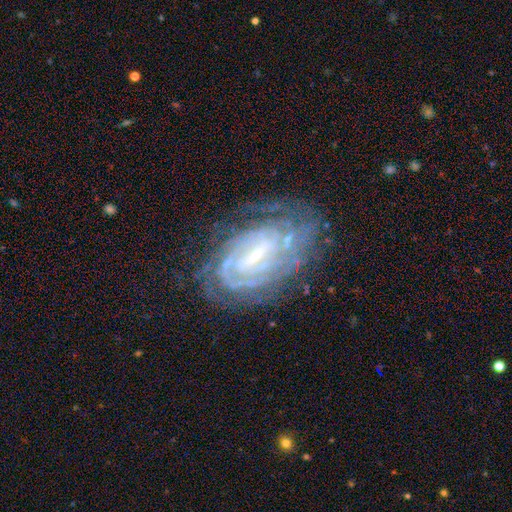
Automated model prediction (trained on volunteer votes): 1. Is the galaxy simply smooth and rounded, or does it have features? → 82% featured or disk, 10% smooth, 8% star or artifact.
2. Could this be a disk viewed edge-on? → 95% no, 5% yes.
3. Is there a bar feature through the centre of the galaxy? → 42% strong, 41% weak, 16% no.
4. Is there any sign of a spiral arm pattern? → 90% yes, 10% no.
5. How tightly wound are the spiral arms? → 72% tight, 23% medium, 6% loose.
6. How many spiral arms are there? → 48% can't tell, 19% 2, 12% 3, 9% 4, 7% more than 4, 5% 1.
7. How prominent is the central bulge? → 49% small, 28% moderate, 18% none, 4% large, 1% dominant.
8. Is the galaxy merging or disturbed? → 65% none, 21% minor disturbance, 12% major disturbance, 2% merger.